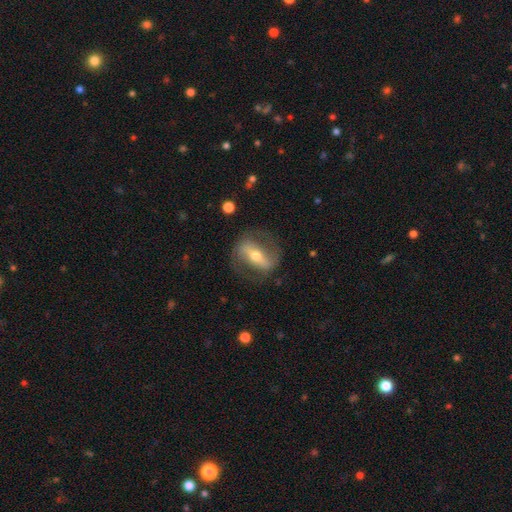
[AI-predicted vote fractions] Smooth or featured: featured or disk — 76% (smooth — 18%)
Edge-on disk: no — 82% (yes — 18%)
Bar: strong — 68% (weak — 20%)
Spiral arms: yes — 67% (no — 33%)
Bulge size: moderate — 63% (small — 29%)
Merging: none — 76% (minor disturbance — 13%)